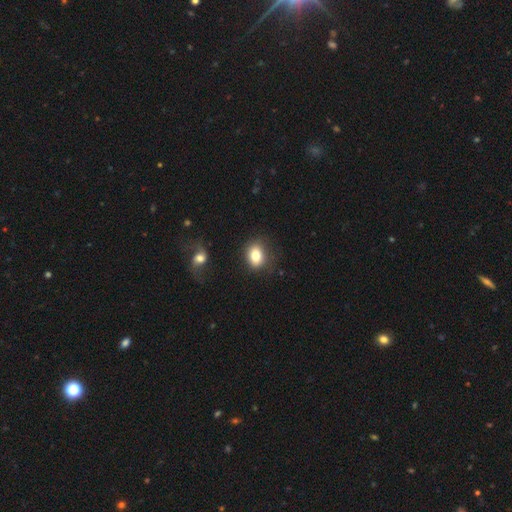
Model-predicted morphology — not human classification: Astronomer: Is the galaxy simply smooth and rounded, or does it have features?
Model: smooth — 81%.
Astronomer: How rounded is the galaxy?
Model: in between — 62%.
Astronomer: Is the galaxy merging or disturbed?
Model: none — 78%.